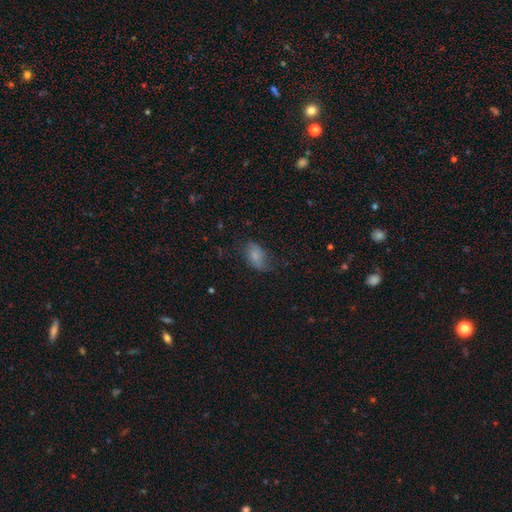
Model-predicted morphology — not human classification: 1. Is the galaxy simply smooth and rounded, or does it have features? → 70% smooth, 21% featured or disk, 9% star or artifact.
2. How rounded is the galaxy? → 91% in between, 7% round, 3% cigar-shaped.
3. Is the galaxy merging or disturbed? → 57% none, 28% minor disturbance, 14% major disturbance, 1% merger.